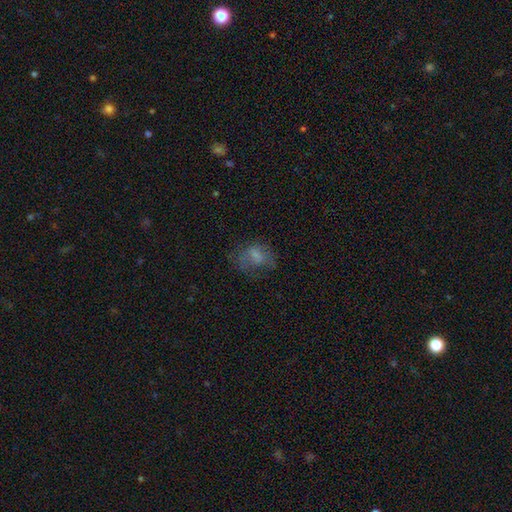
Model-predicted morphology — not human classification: Overall: smooth (60%; featured or disk 25%). How rounded: in between (66%; round 33%). Merging: none (44%; major disturbance 29%).